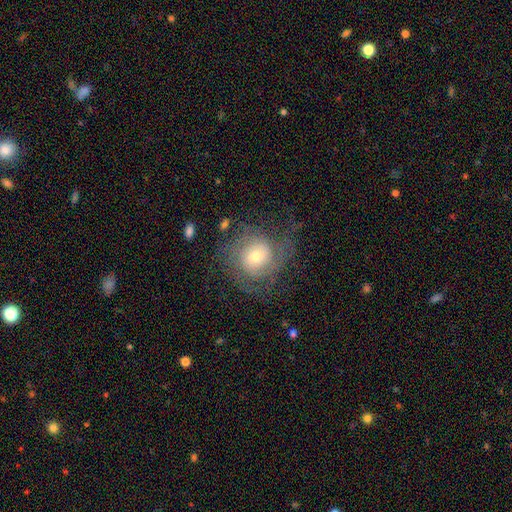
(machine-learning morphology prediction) A featured or disk galaxy (74%) with no bar (70%), tight (54%) spiral arms (90%) and a moderate central bulge (47%).

Vote fractions:
- Smooth or featured? featured or disk: 74% / smooth: 18% / star or artifact: 8%
- Edge-on disk? no: 97% / yes: 3%
- Bar? no: 70% / weak: 25% / strong: 5%
- Spiral arms? yes: 90% / no: 10%
- Spiral winding? tight: 54% / medium: 33% / loose: 13%
- Spiral arm count? can't tell: 36% / 2: 30% / 3: 17% / 4: 7% / 1: 6% / more than 4: 5%
- Bulge size? moderate: 47% / small: 43% / large: 7% / dominant: 1% / none: 1%
- Merging? none: 66% / minor disturbance: 17% / major disturbance: 15% / merger: 2%